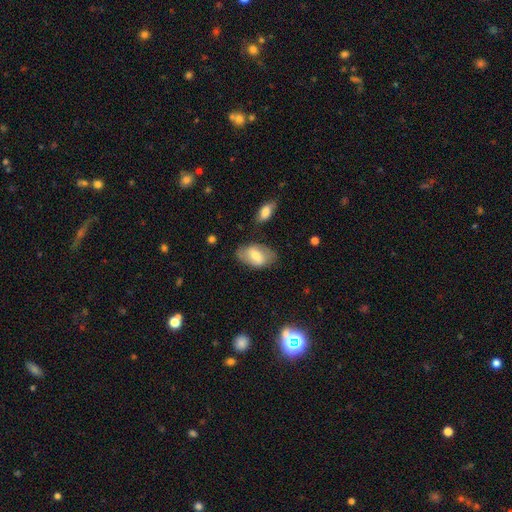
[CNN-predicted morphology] type=smooth (62%); roundness=in between (91%); merging=none (67%).